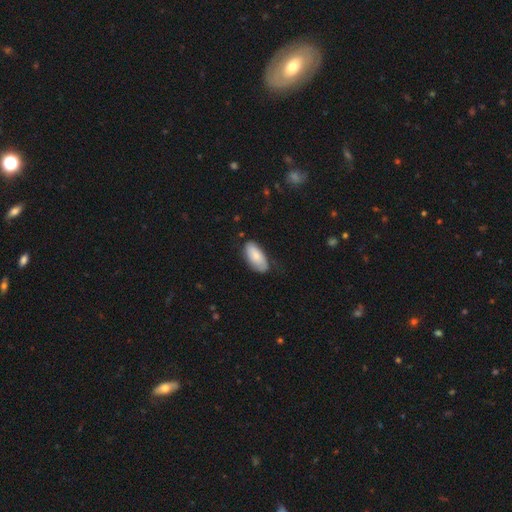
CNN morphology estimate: Q: Smooth or featured?
A: smooth (74%); runner-up: featured or disk (20%)
Q: How rounded?
A: in between (91%); runner-up: cigar-shaped (7%)
Q: Merging?
A: none (71%); runner-up: minor disturbance (23%)